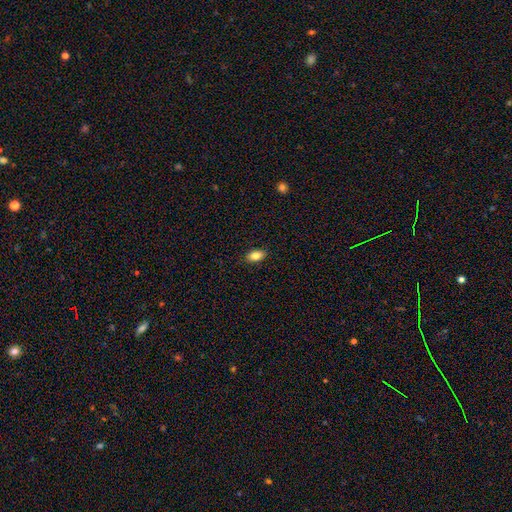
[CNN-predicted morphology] The model was most divided on "smooth or featured": smooth: 82%, featured or disk: 10%, star or artifact: 8%. More confident: how rounded — in between (90%); merging — none (89%).